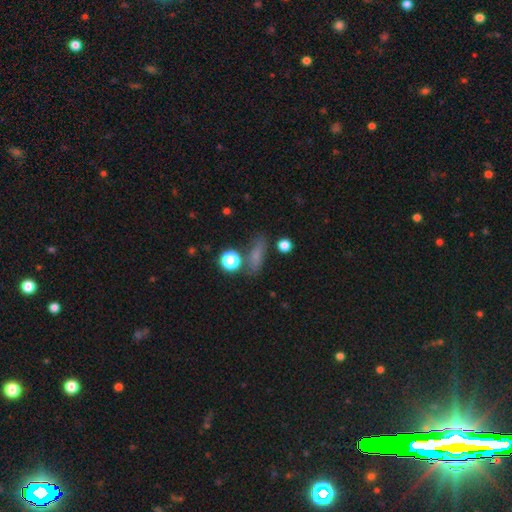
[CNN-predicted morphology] smooth 67%, star or artifact 17%, featured or disk 16%. Down the decision tree: how rounded — in between (45%); merging — none (71%).